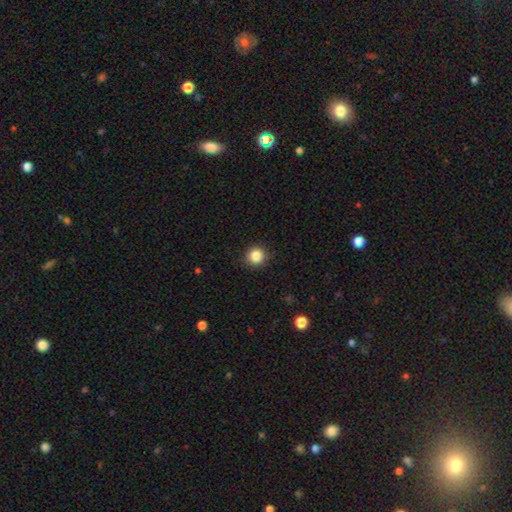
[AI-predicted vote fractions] Smooth or featured? smooth (85%)
How rounded? round (94%)
Merging? none (91%)